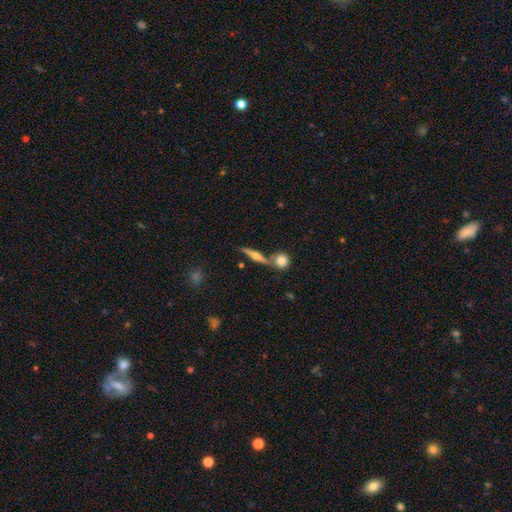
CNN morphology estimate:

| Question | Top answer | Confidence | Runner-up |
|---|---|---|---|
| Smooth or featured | featured or disk | 67% | smooth (26%) |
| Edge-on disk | yes | 96% | no (4%) |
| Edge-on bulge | rounded | 93% | boxy (4%) |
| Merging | none | 71% | merger (17%) |